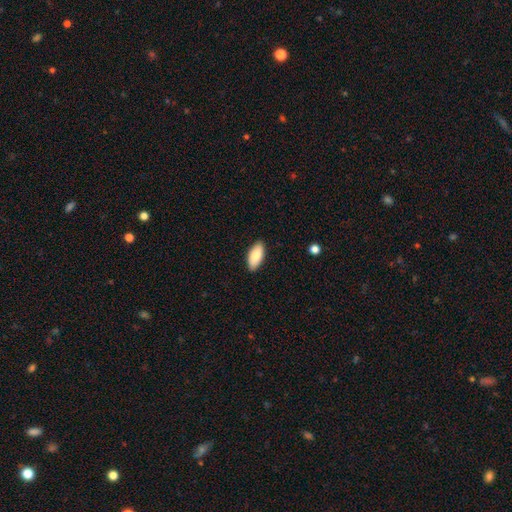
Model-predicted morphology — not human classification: smooth-or-featured: smooth: 84% | featured or disk: 10% | star or artifact: 6%
  how-rounded: in between: 90% | cigar-shaped: 8% | round: 2%
  merging: none: 89% | minor disturbance: 9% | major disturbance: 2% | merger: 1%